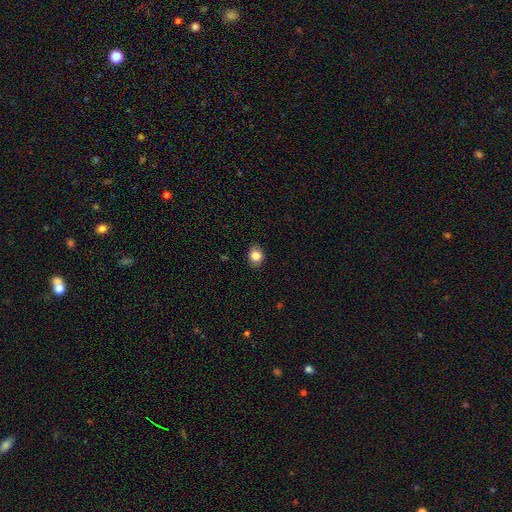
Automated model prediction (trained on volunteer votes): Overall: smooth (84%). How rounded: round (50%; in between 49%). Merging: none (85%).